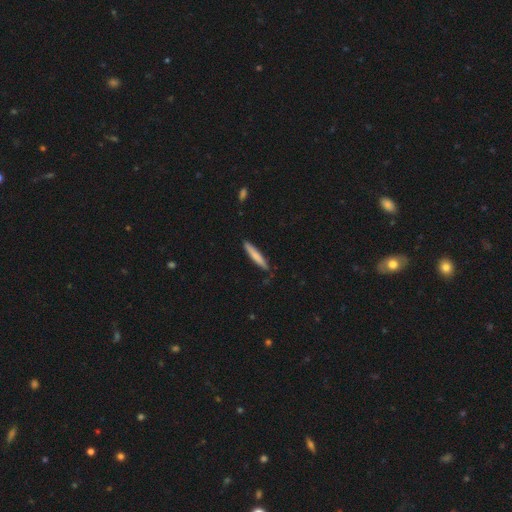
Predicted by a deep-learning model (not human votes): smooth_or_featured: smooth (p=0.75) [alt: featured or disk p=0.20]
how_rounded: cigar-shaped (p=0.94) [alt: in between p=0.05]
merging: none (p=0.85) [alt: minor disturbance p=0.11]